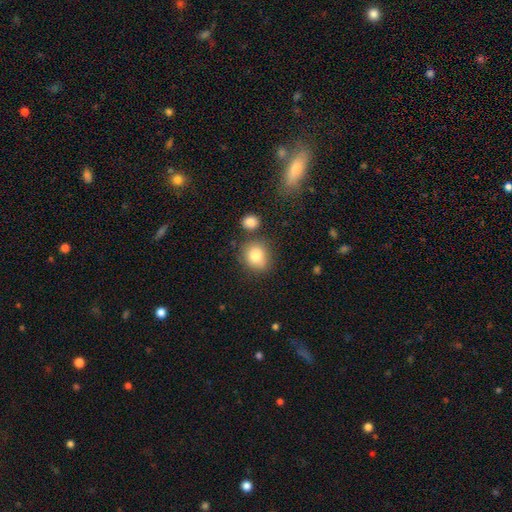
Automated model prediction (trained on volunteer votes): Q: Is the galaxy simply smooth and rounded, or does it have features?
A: smooth — 81%.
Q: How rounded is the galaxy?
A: round — 76%.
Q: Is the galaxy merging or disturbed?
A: none — 73%.